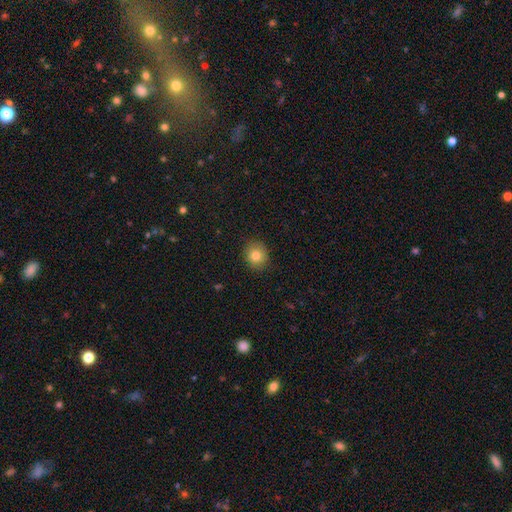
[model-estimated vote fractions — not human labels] The model was most divided on "how rounded": round: 78%, in between: 21%, cigar-shaped: 1%. More confident: merging — none (88%); smooth or featured — smooth (80%).